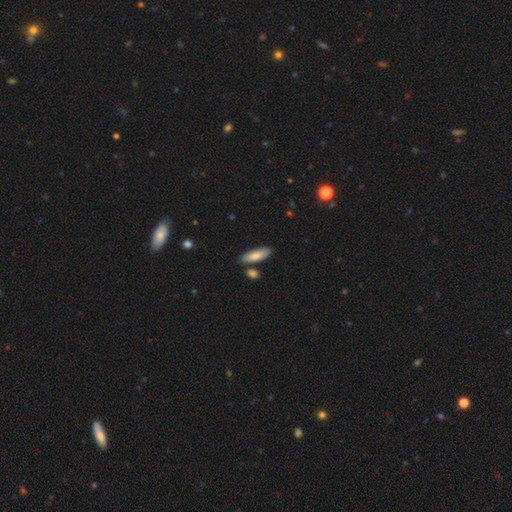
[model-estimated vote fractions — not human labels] Smooth or featured? Predicted: smooth (p=0.82). How rounded? Predicted: in between (p=0.53). Merging? Predicted: none (p=0.77).